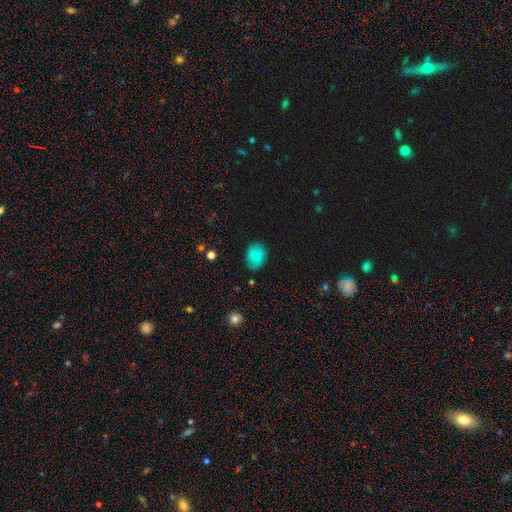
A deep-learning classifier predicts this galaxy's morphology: Smooth or featured?
  - smooth: 81% *
  - star or artifact: 10%
  - featured or disk: 9%
How rounded?
  - in between: 68% *
  - round: 31%
  - cigar-shaped: 1%
Merging?
  - none: 77% *
  - minor disturbance: 18%
  - major disturbance: 4%
  - merger: 1%